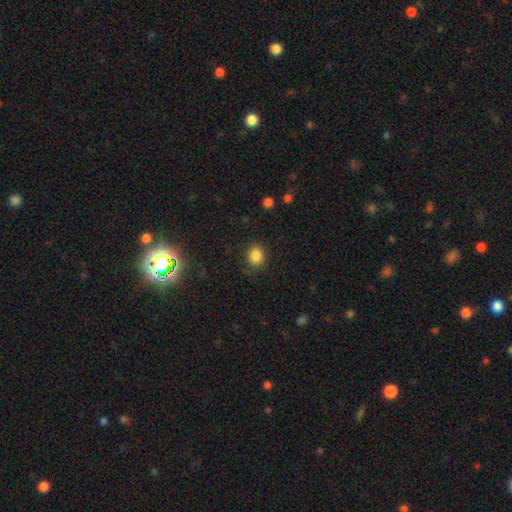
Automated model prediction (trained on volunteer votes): A smooth galaxy with no disk features (85%) that is round (62%).

Vote fractions:
- Smooth or featured? smooth: 85% / star or artifact: 11% / featured or disk: 4%
- How rounded? round: 62% / in between: 37% / cigar-shaped: 1%
- Merging? none: 85% / minor disturbance: 11% / major disturbance: 3% / merger: 1%